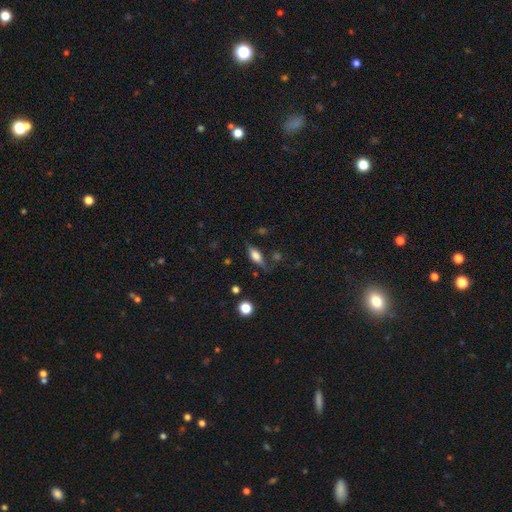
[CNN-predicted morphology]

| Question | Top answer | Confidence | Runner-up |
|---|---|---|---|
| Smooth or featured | smooth | 60% | featured or disk (32%) |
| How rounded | in between | 69% | cigar-shaped (26%) |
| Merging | none | 69% | minor disturbance (20%) |